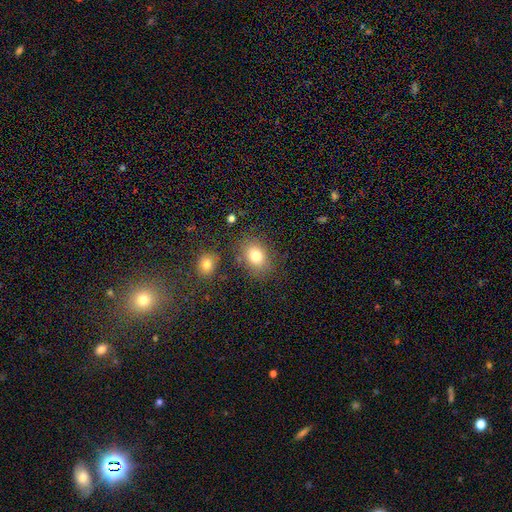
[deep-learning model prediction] Smooth or featured: smooth — 79% (star or artifact — 11%)
How rounded: in between — 66% (round — 33%)
Merging: none — 76% (minor disturbance — 13%)